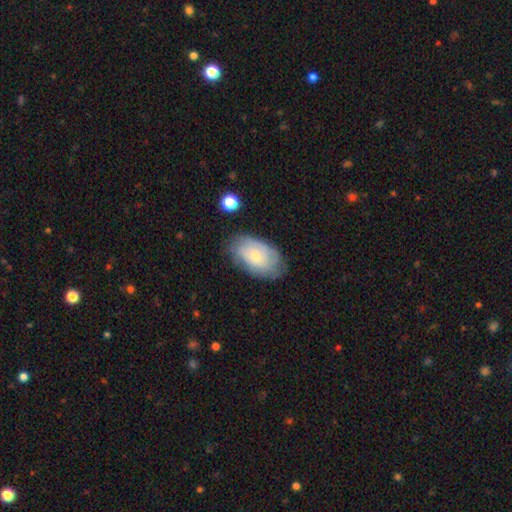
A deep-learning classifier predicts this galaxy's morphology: Smooth or featured? Predicted: featured or disk (p=0.51). Edge-on disk? Predicted: no (p=0.94). Merging? Predicted: none (p=0.70).